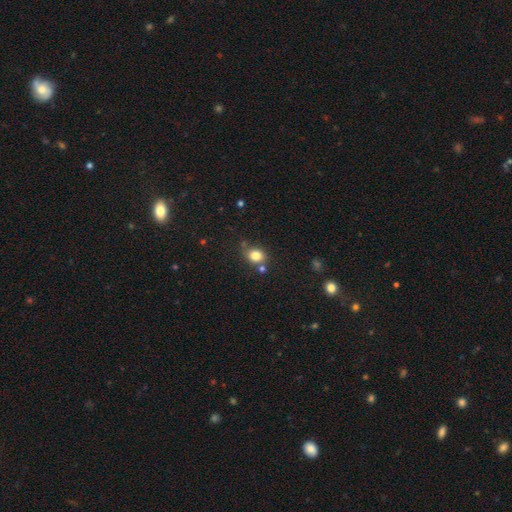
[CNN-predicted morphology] smooth_or_featured: smooth (p=0.80) [alt: star or artifact p=0.12]
how_rounded: round (p=0.58) [alt: in between p=0.41]
merging: none (p=0.68) [alt: minor disturbance p=0.15]